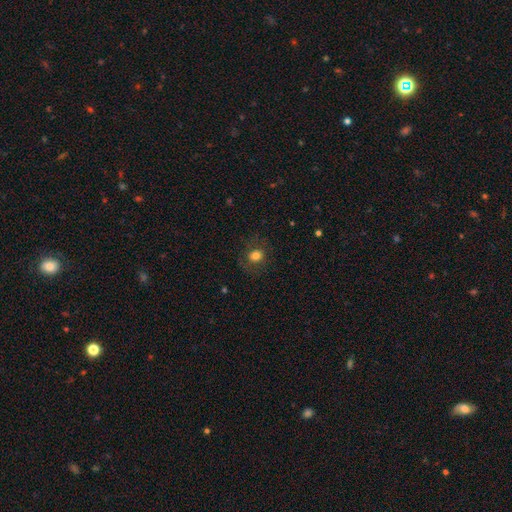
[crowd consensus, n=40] Smooth or featured? 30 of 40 (75%) said smooth. How rounded? 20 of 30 (67%) said round. Merging? 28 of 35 (80%) said none.